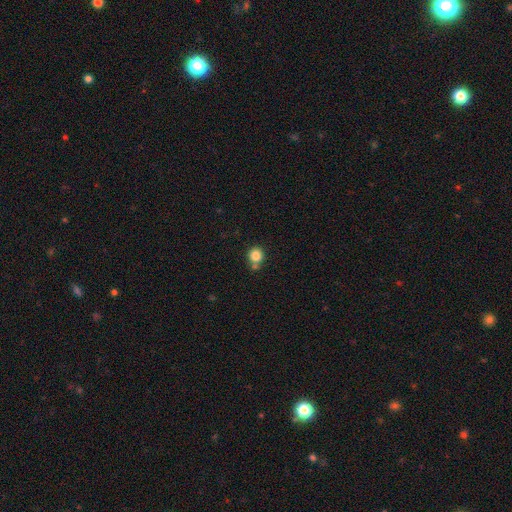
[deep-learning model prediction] smooth 84%, star or artifact 11%, featured or disk 6%. Down the decision tree: how rounded — round (90%); merging — none (65%).